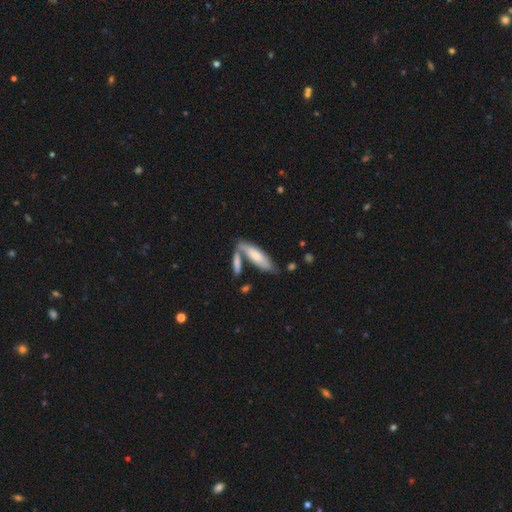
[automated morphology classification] smooth-or-featured: smooth: 66% | featured or disk: 29% | star or artifact: 5%
  how-rounded: cigar-shaped: 53% | in between: 46% | round: 2%
  merging: none: 48% | merger: 32% | minor disturbance: 16% | major disturbance: 5%